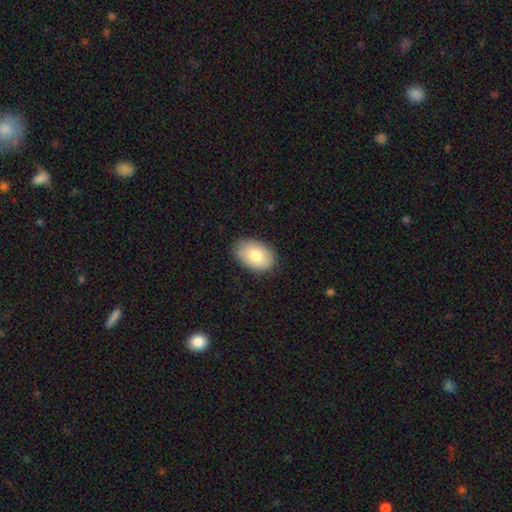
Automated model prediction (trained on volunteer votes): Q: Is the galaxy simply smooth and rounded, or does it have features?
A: smooth — 80%.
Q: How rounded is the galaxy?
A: in between — 89%.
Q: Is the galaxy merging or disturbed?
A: none — 84%.